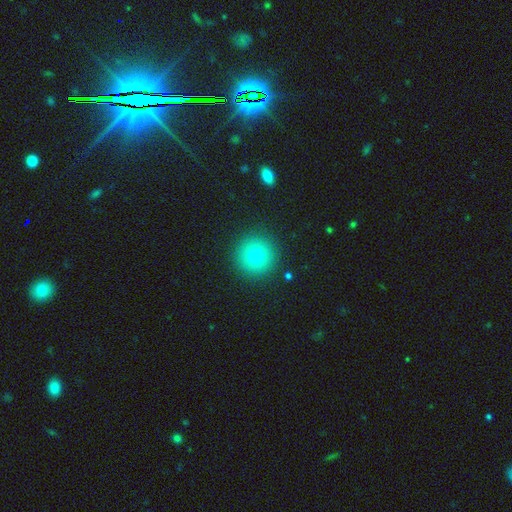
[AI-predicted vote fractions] This appears to be a smooth galaxy with no disk features (78%) that is round (96%). Merging: none (91%).